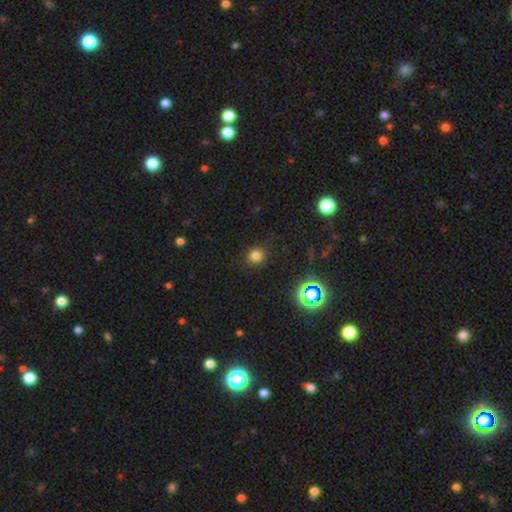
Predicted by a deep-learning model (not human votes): The model was most divided on "smooth or featured": smooth: 76%, star or artifact: 19%, featured or disk: 5%. More confident: how rounded — round (89%); merging — none (87%).